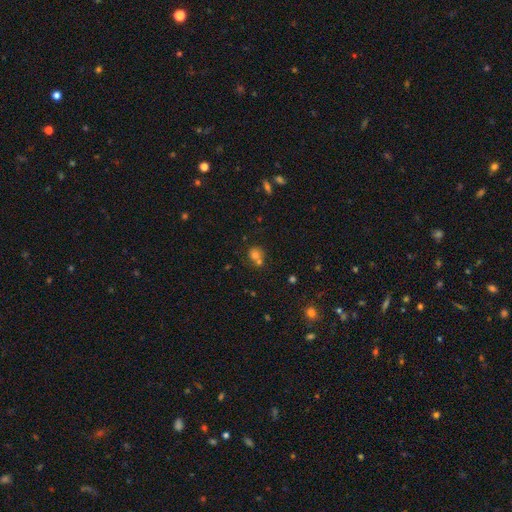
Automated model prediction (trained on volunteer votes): Smooth or featured?
  - smooth: 70% *
  - star or artifact: 16%
  - featured or disk: 15%
How rounded?
  - round: 78% *
  - in between: 21%
  - cigar-shaped: 1%
Merging?
  - merger: 45% *
  - none: 41%
  - minor disturbance: 10%
  - major disturbance: 5%